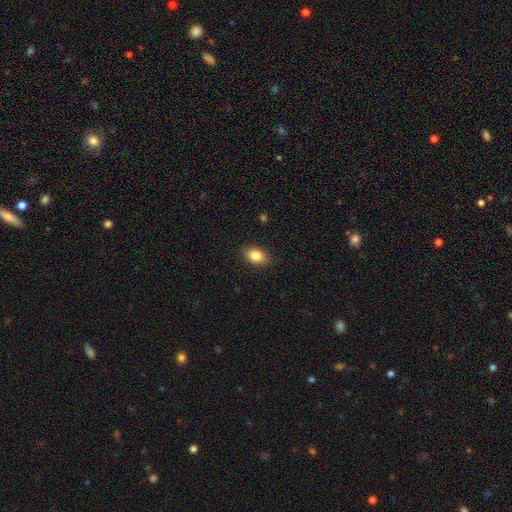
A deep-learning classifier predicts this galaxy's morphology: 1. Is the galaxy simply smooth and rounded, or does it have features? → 84% smooth, 8% star or artifact, 8% featured or disk.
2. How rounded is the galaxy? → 84% in between, 14% round, 2% cigar-shaped.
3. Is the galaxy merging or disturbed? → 88% none, 9% minor disturbance, 2% major disturbance, 1% merger.